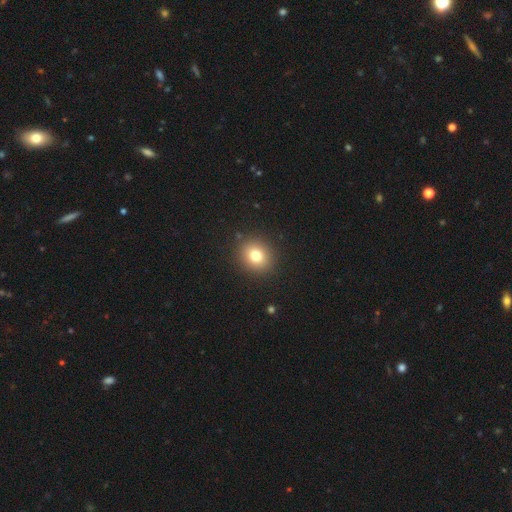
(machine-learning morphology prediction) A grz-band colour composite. It shows a smooth galaxy with no disk features (79%) that is round (76%). Merging: none (90%).